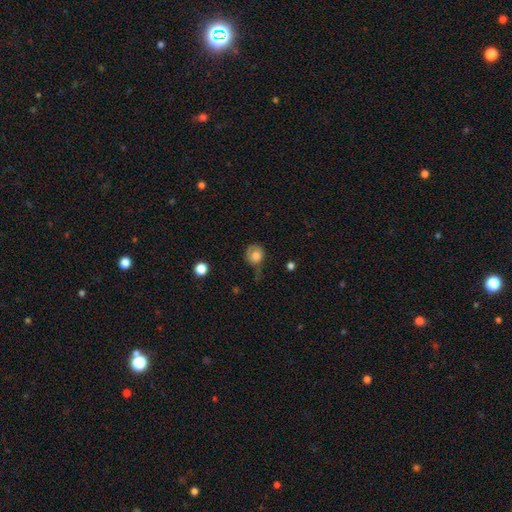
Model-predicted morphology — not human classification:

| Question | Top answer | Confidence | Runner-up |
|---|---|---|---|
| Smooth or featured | smooth | 74% | featured or disk (17%) |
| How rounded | round | 72% | in between (27%) |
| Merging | none | 37% | minor disturbance (34%) |